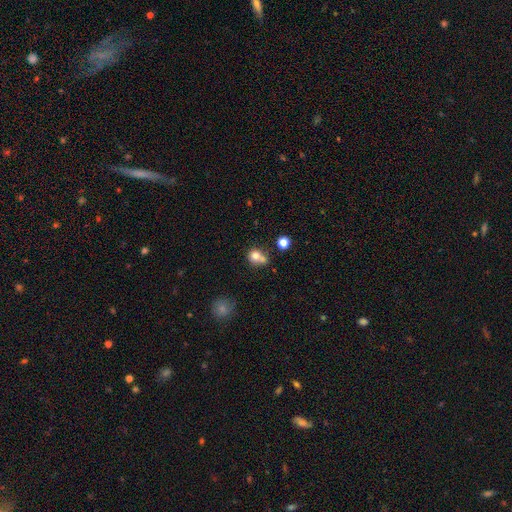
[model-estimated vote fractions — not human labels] The model was most divided on "merging": merger: 44%, none: 39%, minor disturbance: 12%, major disturbance: 6%. More confident: how rounded — round (76%); smooth or featured — smooth (74%).